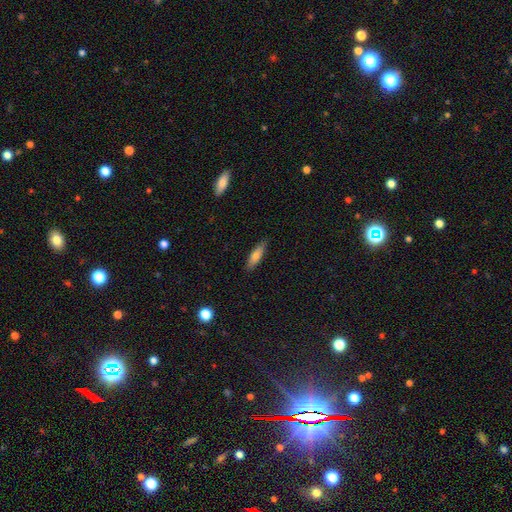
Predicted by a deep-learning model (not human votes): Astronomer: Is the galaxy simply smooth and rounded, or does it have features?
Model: smooth — 72%.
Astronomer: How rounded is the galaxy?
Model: cigar-shaped — 62%.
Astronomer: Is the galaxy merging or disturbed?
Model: none — 85%.